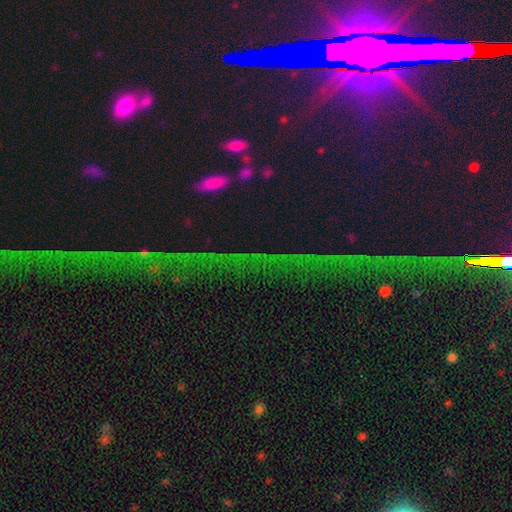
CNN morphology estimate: star or artifact 70%, smooth 16%, featured or disk 14%.